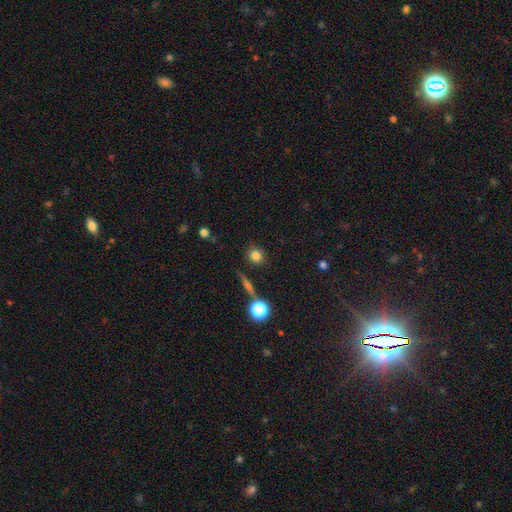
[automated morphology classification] type=smooth (79%); roundness=round (82%); merging=none (84%).